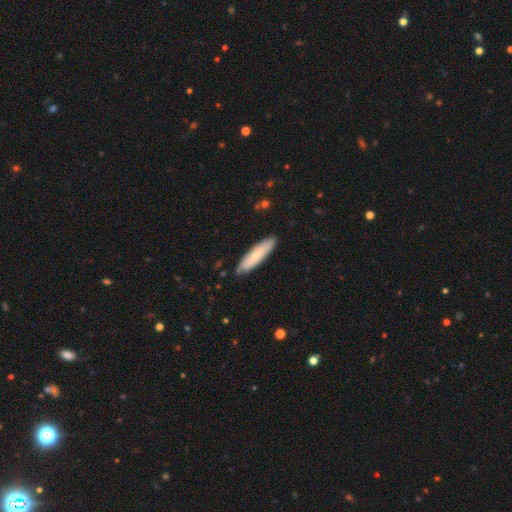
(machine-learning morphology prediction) The model was most divided on "how rounded": cigar-shaped: 74%, in between: 25%, round: 1%. More confident: merging — none (85%); smooth or featured — smooth (72%).